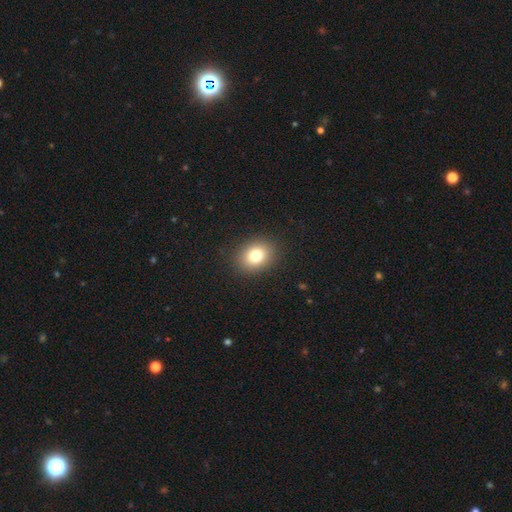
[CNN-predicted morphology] Smooth or featured? Predicted: smooth (p=0.79). How rounded? Predicted: in between (p=0.54). Merging? Predicted: none (p=0.89).